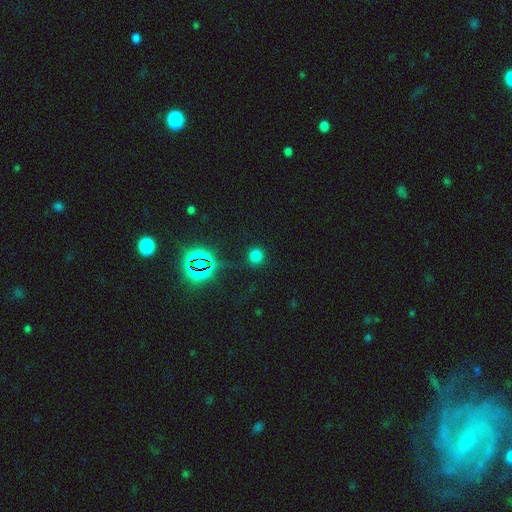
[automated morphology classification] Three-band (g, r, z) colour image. It shows a smooth galaxy with no disk features (70%) that is round (93%). Merging: none (86%).